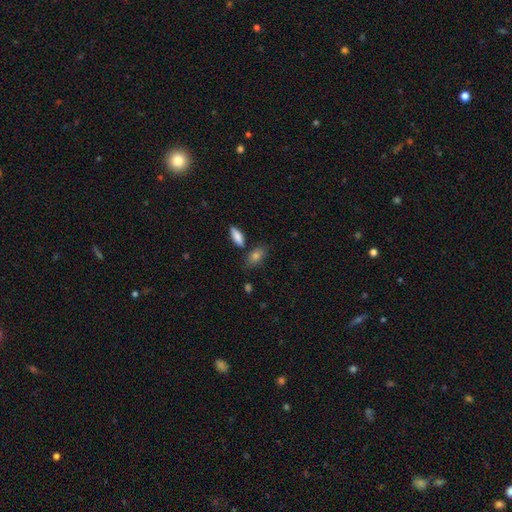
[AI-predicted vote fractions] The model was most divided on "merging": none: 69%, minor disturbance: 16%, merger: 11%, major disturbance: 4%. More confident: how rounded — in between (85%); smooth or featured — smooth (80%).